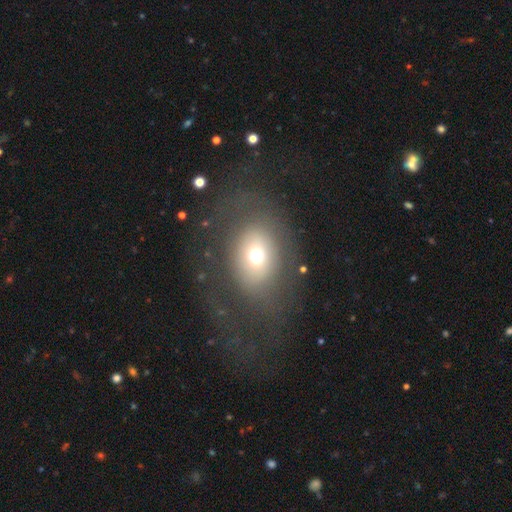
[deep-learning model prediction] Smooth or featured? smooth (63%)
How rounded? in between (57%)
Merging? none (65%)